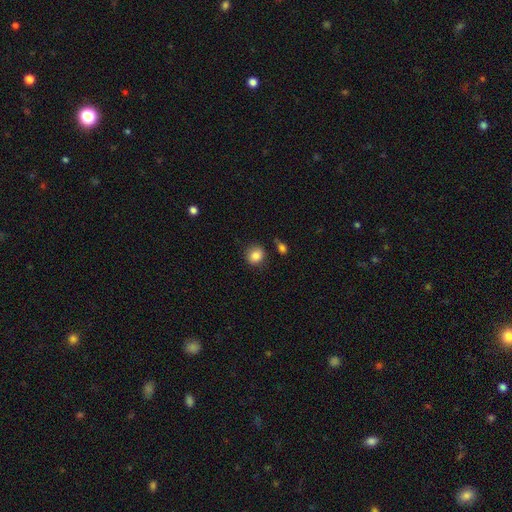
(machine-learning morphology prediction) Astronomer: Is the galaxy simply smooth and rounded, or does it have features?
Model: smooth — 85%.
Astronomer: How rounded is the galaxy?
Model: round — 80%.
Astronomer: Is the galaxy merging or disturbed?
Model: none — 83%.